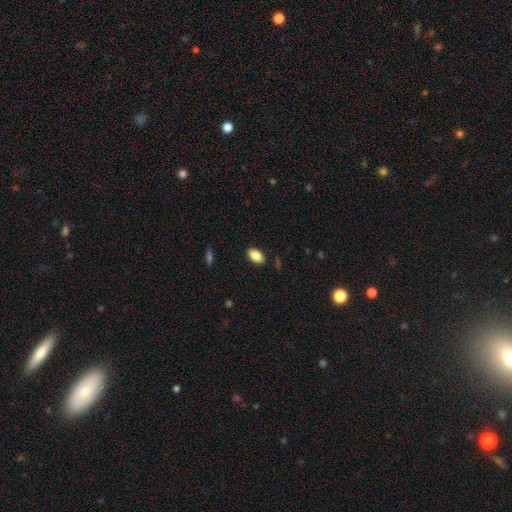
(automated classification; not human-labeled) This is clearly a smooth galaxy (86%). How rounded: clearly in between (93%). Merging: clearly none (86%).